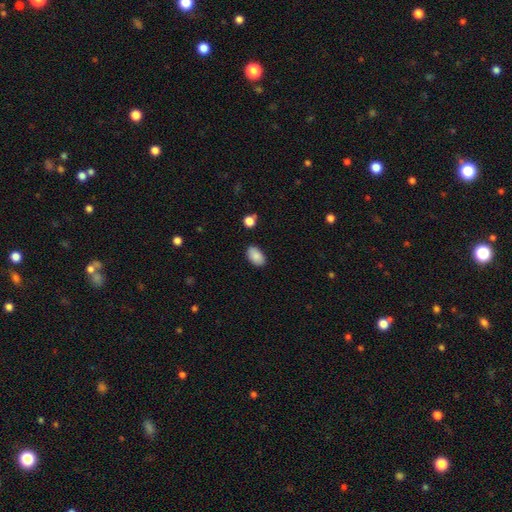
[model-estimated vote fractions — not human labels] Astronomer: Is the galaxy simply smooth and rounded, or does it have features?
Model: smooth — 88%.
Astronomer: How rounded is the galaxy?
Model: in between — 93%.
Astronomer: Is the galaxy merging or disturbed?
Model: none — 85%.